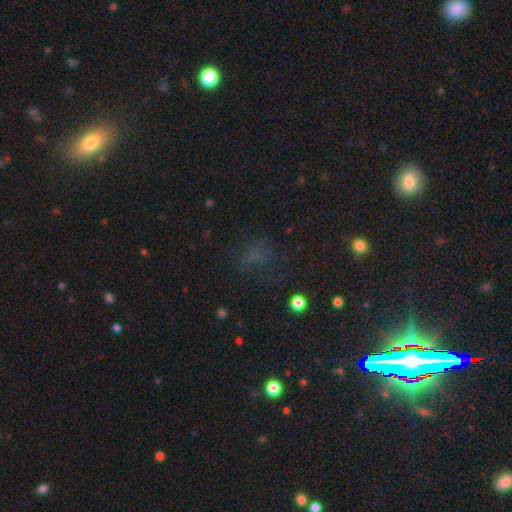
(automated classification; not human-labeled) This appears to be a smooth galaxy with no disk features (43%). Merging: none (57%).